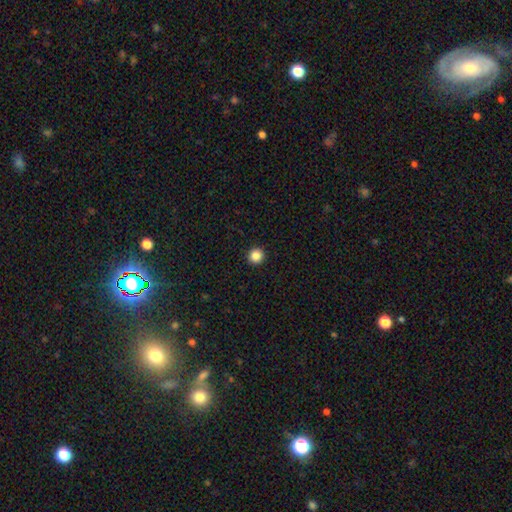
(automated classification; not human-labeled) A smooth galaxy with no disk features (86%) that is round (96%). Merging: none (94%).